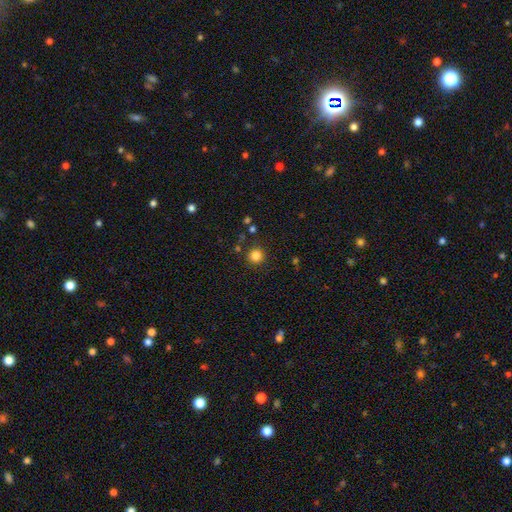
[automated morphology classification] The model was most divided on "smooth or featured": smooth: 83%, star or artifact: 13%, featured or disk: 5%. More confident: how rounded — round (94%); merging — none (88%).